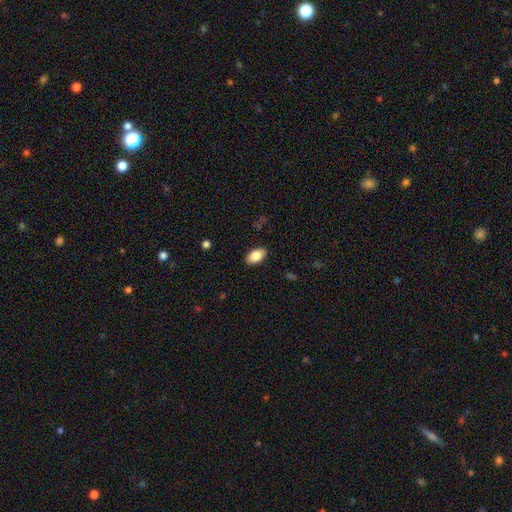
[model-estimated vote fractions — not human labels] smooth-or-featured: smooth: 85% | featured or disk: 8% | star or artifact: 7%
  how-rounded: in between: 93% | round: 5% | cigar-shaped: 2%
  merging: none: 88% | minor disturbance: 9% | major disturbance: 2% | merger: 1%